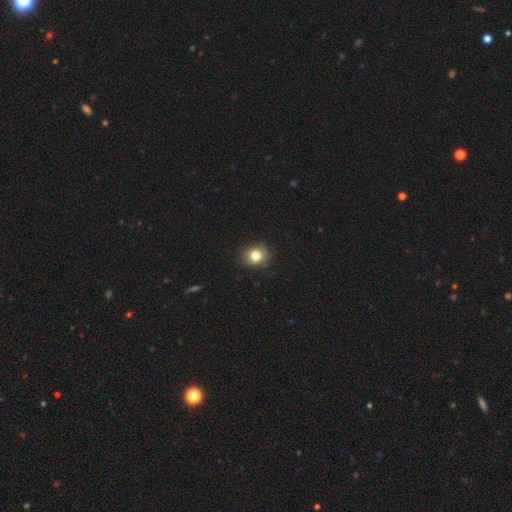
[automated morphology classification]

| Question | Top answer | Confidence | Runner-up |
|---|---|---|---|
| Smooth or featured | smooth | 82% | star or artifact (11%) |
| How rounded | round | 79% | in between (20%) |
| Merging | none | 90% | minor disturbance (7%) |